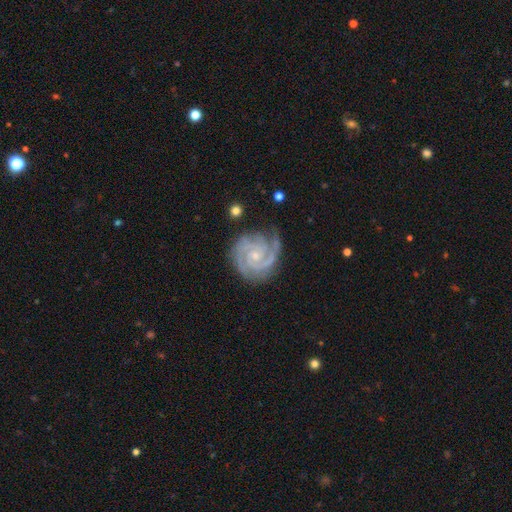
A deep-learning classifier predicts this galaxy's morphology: A featured or disk galaxy (92%) with no bar (67%), 2 (43%) tight (71%) spiral arms (99%) and a small central bulge (72%). Merging: none (76%).